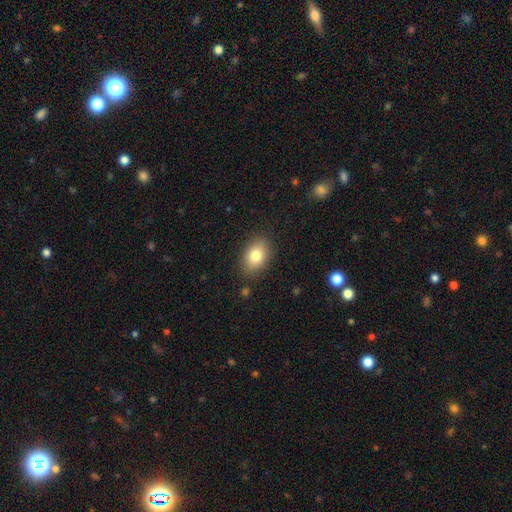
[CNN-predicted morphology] This appears to be a smooth galaxy with no disk features (80%) that is in between round and cigar-shaped (80%). Merging: none (86%).